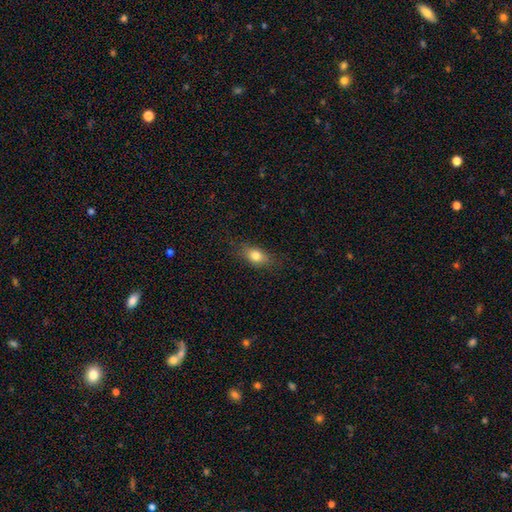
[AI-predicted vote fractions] Morphology: type=smooth (79%); roundness=in between (76%); merging=none (79%).